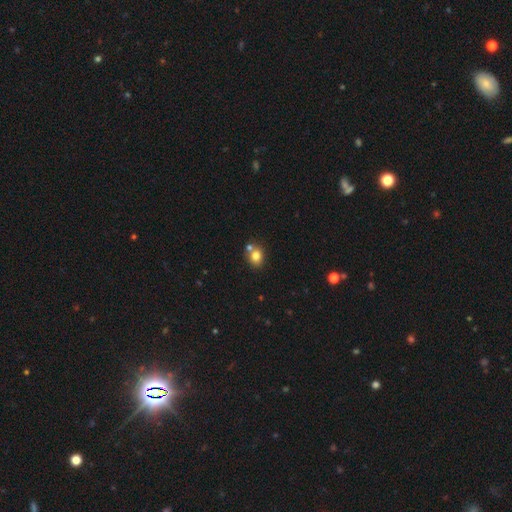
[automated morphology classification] This is likely a smooth galaxy (79%). How rounded: likely round (62%). Merging: likely none (61%).